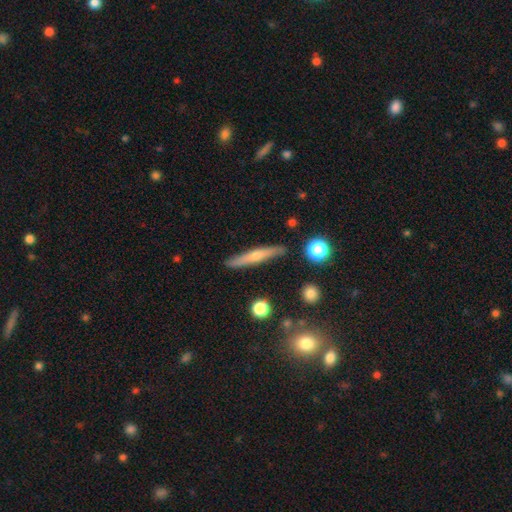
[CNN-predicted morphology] Q: Smooth or featured?
A: featured or disk (50%); runner-up: smooth (43%)
Q: Edge-on disk?
A: yes (94%); runner-up: no (6%)
Q: Merging?
A: none (88%); runner-up: minor disturbance (8%)